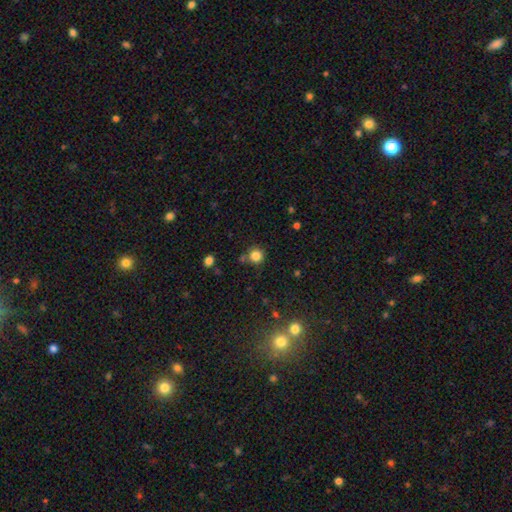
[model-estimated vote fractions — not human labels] Smooth or featured: smooth — 82% (star or artifact — 13%)
How rounded: round — 93% (in between — 6%)
Merging: none — 79% (minor disturbance — 10%)